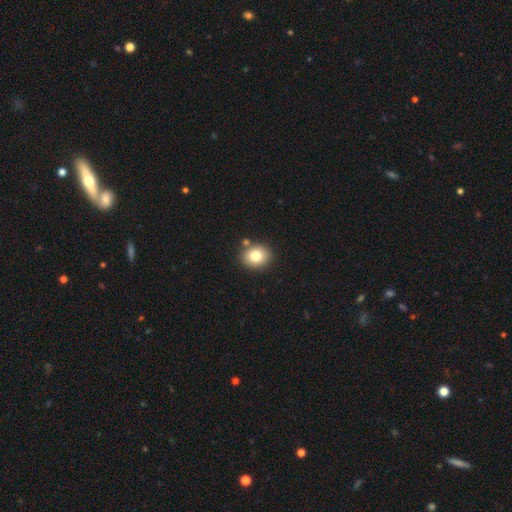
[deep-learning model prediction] smooth-or-featured: smooth: 79% | featured or disk: 10% | star or artifact: 10%
  how-rounded: round: 56% | in between: 43% | cigar-shaped: 1%
  merging: none: 80% | minor disturbance: 9% | merger: 8% | major disturbance: 2%